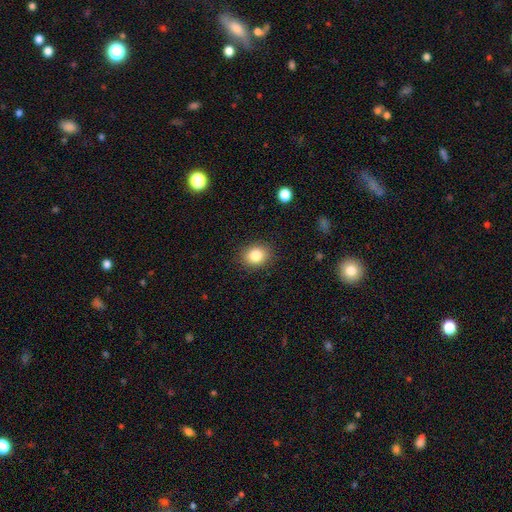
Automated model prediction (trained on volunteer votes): This is clearly a smooth galaxy (84%). How rounded: likely round (61%). Merging: clearly none (88%).